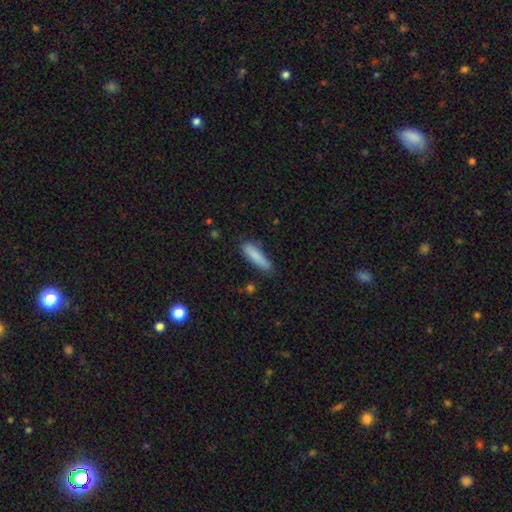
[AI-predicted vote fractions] A smooth galaxy with no disk features (85%) that is cigar-shaped (68%).

Vote fractions:
- Smooth or featured? smooth: 85% / featured or disk: 8% / star or artifact: 7%
- How rounded? cigar-shaped: 68% / in between: 31% / round: 1%
- Merging? none: 78% / minor disturbance: 17% / major disturbance: 3% / merger: 2%